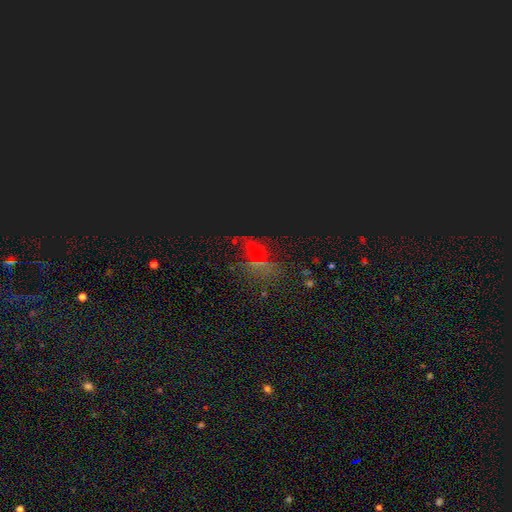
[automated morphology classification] Smooth or featured?
  - star or artifact: 58% *
  - smooth: 27%
  - featured or disk: 15%